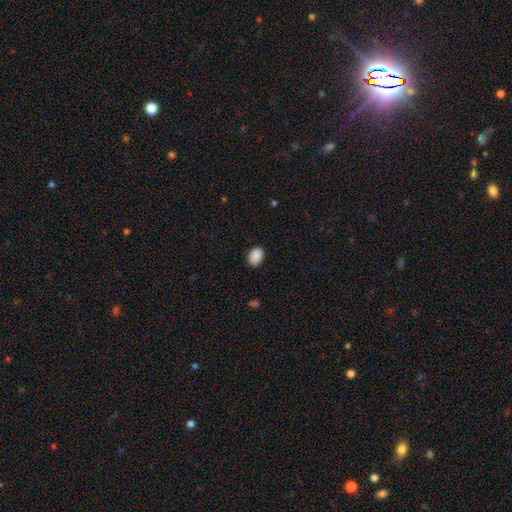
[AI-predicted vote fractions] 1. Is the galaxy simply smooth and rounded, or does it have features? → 90% smooth, 7% star or artifact, 3% featured or disk.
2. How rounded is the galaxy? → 81% in between, 18% round, 1% cigar-shaped.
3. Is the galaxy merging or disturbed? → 88% none, 9% minor disturbance, 2% major disturbance, 1% merger.